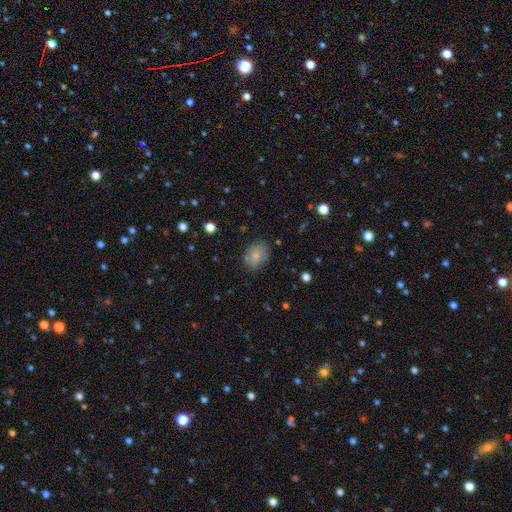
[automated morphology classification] smooth 75%, featured or disk 15%, star or artifact 9%. Down the decision tree: how rounded — in between (68%); merging — none (71%).